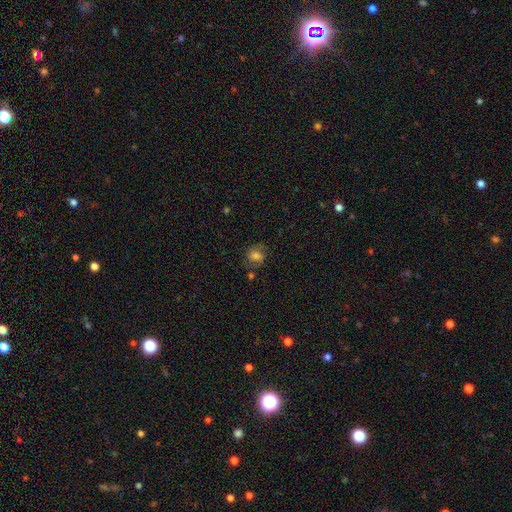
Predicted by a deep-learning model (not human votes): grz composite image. It shows a smooth galaxy with no disk features (64%) that is round (69%). Merging: none (69%).